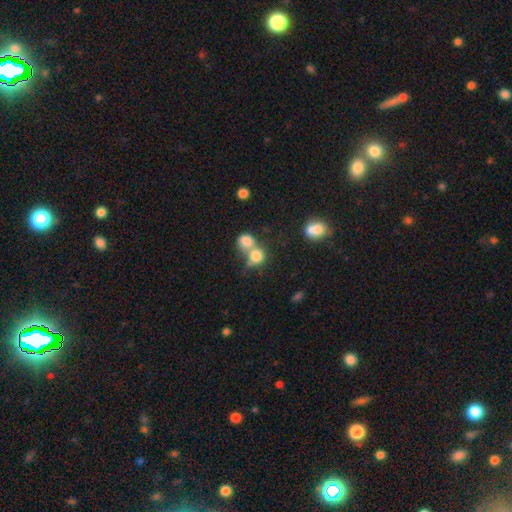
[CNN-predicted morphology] Smooth or featured?
  - smooth: 79% *
  - featured or disk: 11%
  - star or artifact: 10%
How rounded?
  - round: 78% *
  - in between: 21%
  - cigar-shaped: 1%
Merging?
  - merger: 60% *
  - none: 29%
  - minor disturbance: 7%
  - major disturbance: 4%